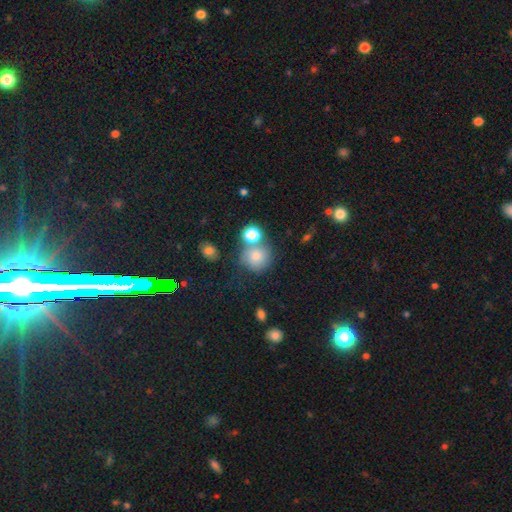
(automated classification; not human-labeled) This appears to be a smooth galaxy with no disk features (75%) that is round (86%). Merging: none (54%).